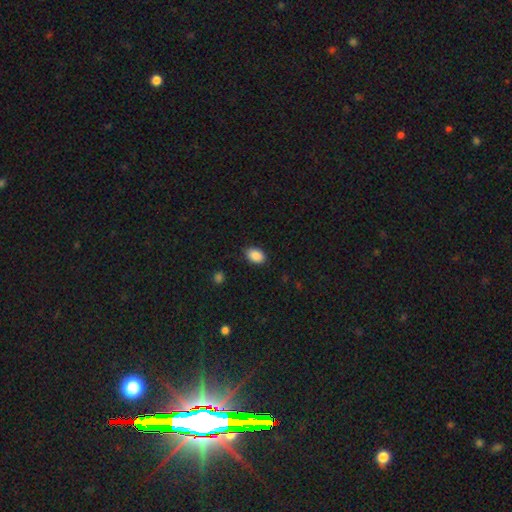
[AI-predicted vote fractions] Overall: smooth (89%). How rounded: in between (85%). Merging: none (86%).